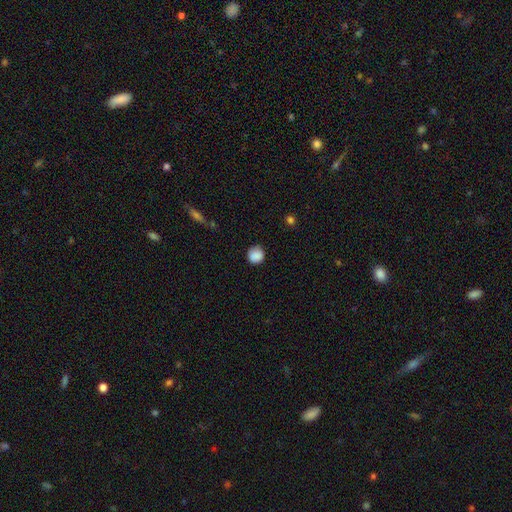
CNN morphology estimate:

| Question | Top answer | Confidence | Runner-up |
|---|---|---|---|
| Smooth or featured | smooth | 88% | star or artifact (9%) |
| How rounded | round | 90% | in between (9%) |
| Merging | none | 82% | minor disturbance (14%) |